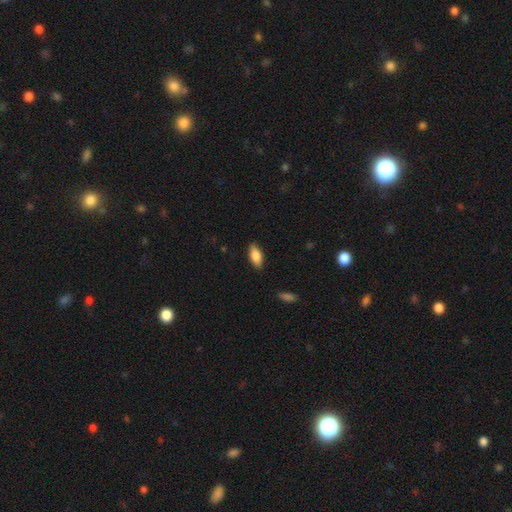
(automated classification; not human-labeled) Morphology: type=smooth (82%); roundness=in between (85%); merging=none (86%).